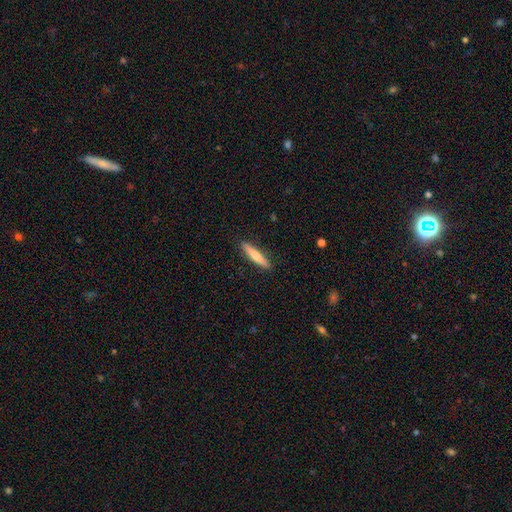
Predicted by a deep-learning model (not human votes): smooth_or_featured: smooth (p=0.68) [alt: featured or disk p=0.27]
how_rounded: cigar-shaped (p=0.91) [alt: in between p=0.08]
merging: none (p=0.90) [alt: minor disturbance p=0.07]